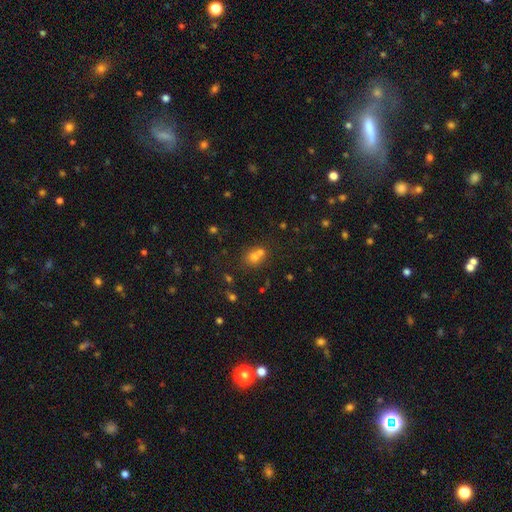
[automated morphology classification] smooth_or_featured: smooth (p=0.66) [alt: star or artifact p=0.19]
how_rounded: round (p=0.69) [alt: in between p=0.30]
merging: merger (p=0.54) [alt: none p=0.35]